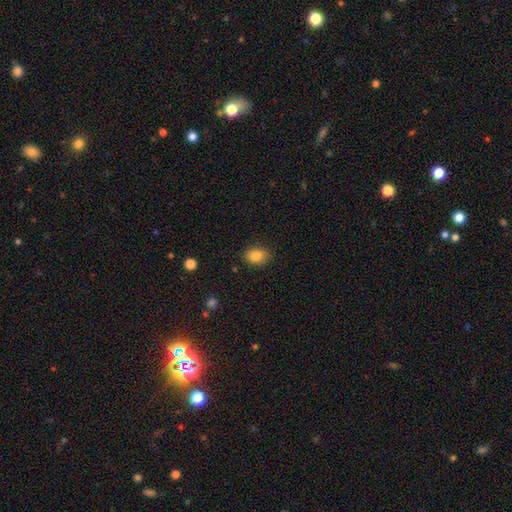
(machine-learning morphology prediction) type=smooth (85%); roundness=in between (64%); merging=none (81%).